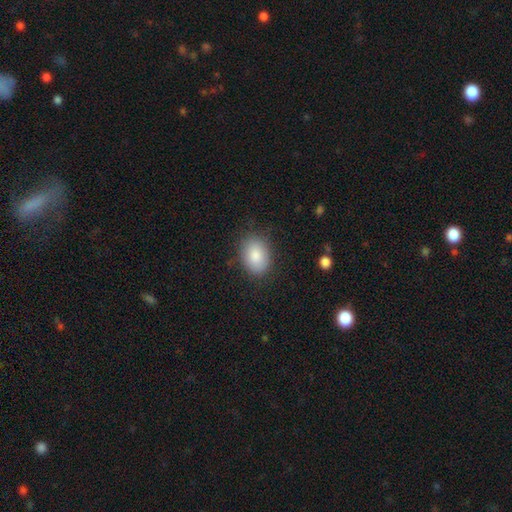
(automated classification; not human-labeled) Smooth or featured: smooth — 86% (featured or disk — 7%)
How rounded: in between — 74% (round — 25%)
Merging: none — 83% (minor disturbance — 12%)